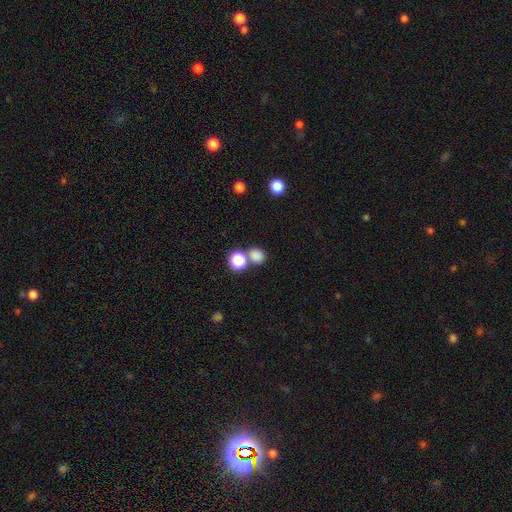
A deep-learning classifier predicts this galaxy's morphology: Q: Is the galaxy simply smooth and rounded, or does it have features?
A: smooth — 81%.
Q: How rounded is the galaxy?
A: round — 66%.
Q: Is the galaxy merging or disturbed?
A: none — 56%.